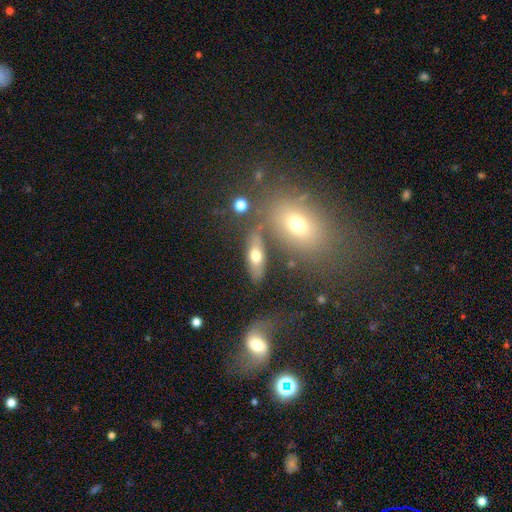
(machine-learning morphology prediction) This appears to be a smooth galaxy with no disk features (62%) that is in between round and cigar-shaped (68%). Merging: none (68%).